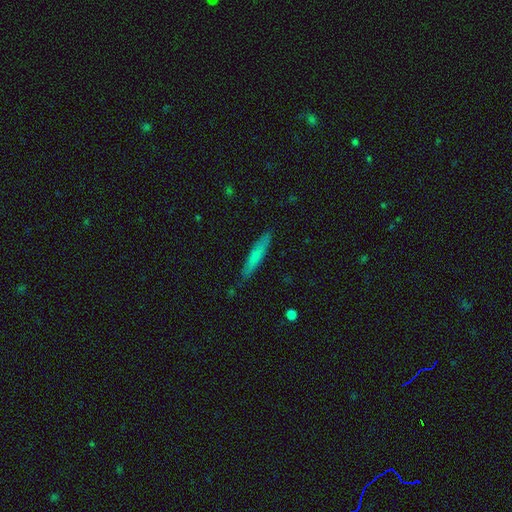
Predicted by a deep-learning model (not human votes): Smooth or featured?
  - smooth: 68% *
  - featured or disk: 26%
  - star or artifact: 6%
How rounded?
  - cigar-shaped: 92% *
  - in between: 6%
  - round: 1%
Merging?
  - none: 88% *
  - minor disturbance: 9%
  - major disturbance: 2%
  - merger: 1%